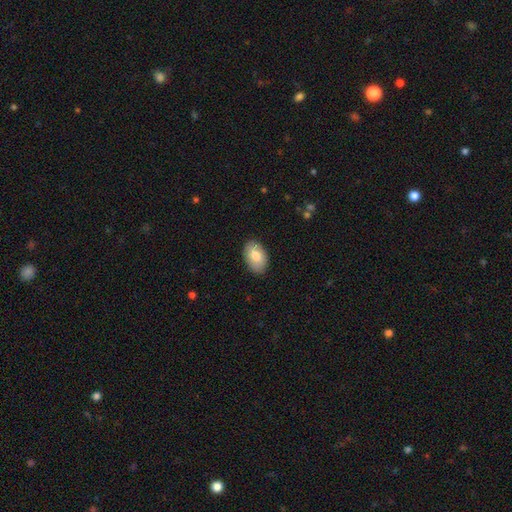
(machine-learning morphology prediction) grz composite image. It shows a smooth galaxy with no disk features (80%) that is in between round and cigar-shaped (92%). Merging: none (88%).